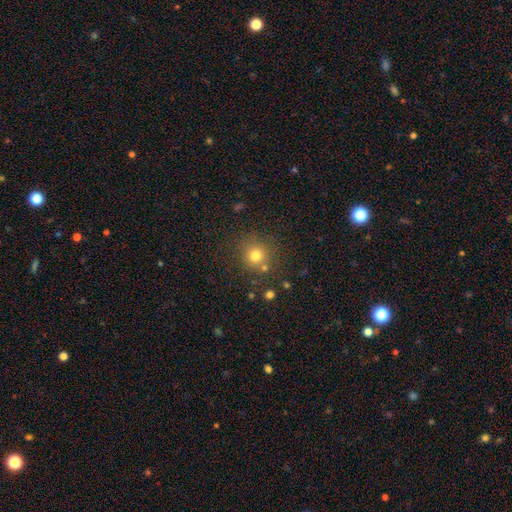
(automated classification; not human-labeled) Smooth or featured?
  - smooth: 76% *
  - star or artifact: 16%
  - featured or disk: 8%
How rounded?
  - round: 91% *
  - in between: 8%
  - cigar-shaped: 1%
Merging?
  - none: 77% *
  - minor disturbance: 10%
  - merger: 8%
  - major disturbance: 4%